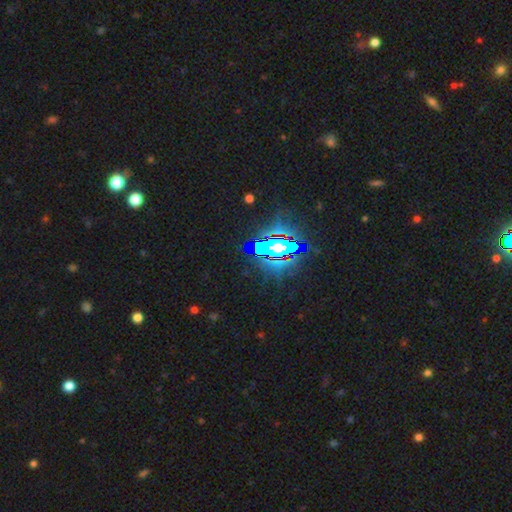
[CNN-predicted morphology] smooth-or-featured: star or artifact: 84% | smooth: 9% | featured or disk: 7%